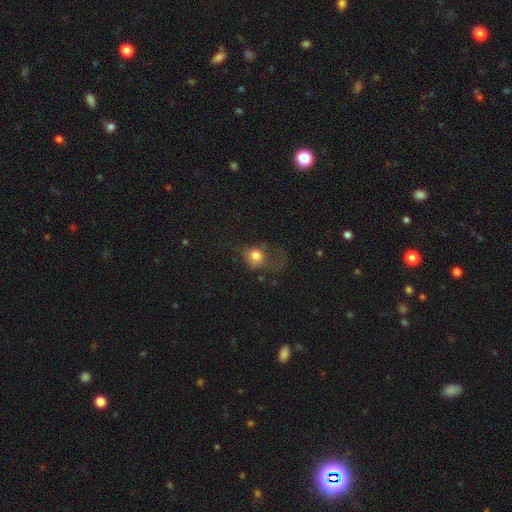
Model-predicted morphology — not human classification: type=smooth (72%); roundness=round (65%); merging=major disturbance (52%).